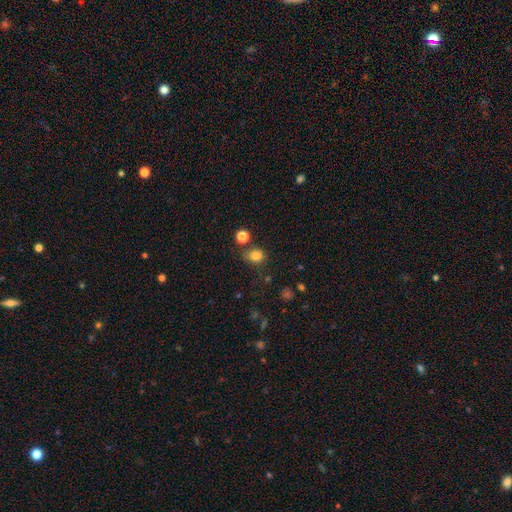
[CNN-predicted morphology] Smooth or featured: smooth — 81% (star or artifact — 13%)
How rounded: round — 61% (in between — 38%)
Merging: none — 67% (minor disturbance — 17%)